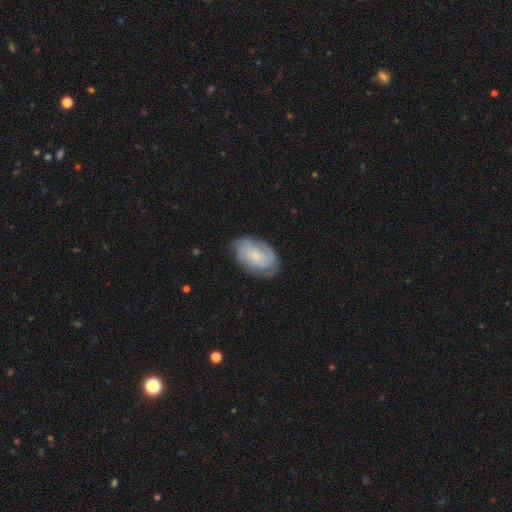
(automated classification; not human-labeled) The model was most divided on "spiral arm count": can't tell: 39%, 2: 23%, 3: 20%, 4: 9%, 1: 5%, more than 4: 5%. More confident: edge-on disk — no (97%); spiral arms — yes (92%); merging — none (75%); bar — no (72%); bulge size — small (69%); smooth or featured — featured or disk (66%); spiral winding — tight (61%).